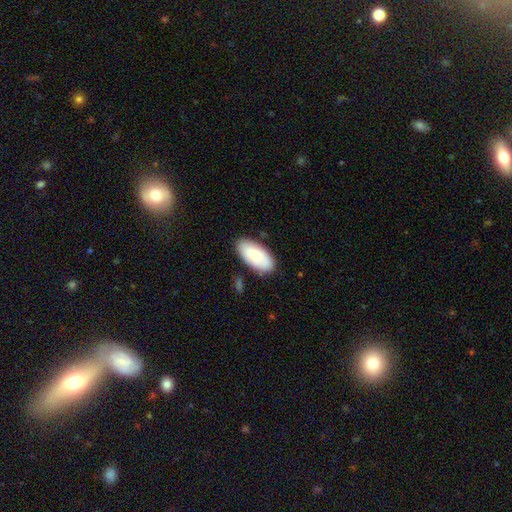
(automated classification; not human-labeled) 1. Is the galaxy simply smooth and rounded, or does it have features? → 81% smooth, 13% featured or disk, 5% star or artifact.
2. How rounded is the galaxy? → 94% in between, 5% cigar-shaped, 2% round.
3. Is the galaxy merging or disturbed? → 81% none, 14% minor disturbance, 3% merger, 3% major disturbance.